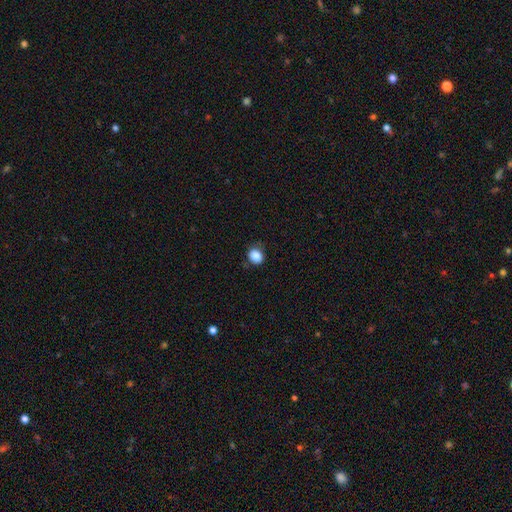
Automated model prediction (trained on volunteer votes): Q: Smooth or featured?
A: smooth (87%); runner-up: star or artifact (9%)
Q: How rounded?
A: round (60%); runner-up: in between (40%)
Q: Merging?
A: none (76%); runner-up: minor disturbance (18%)